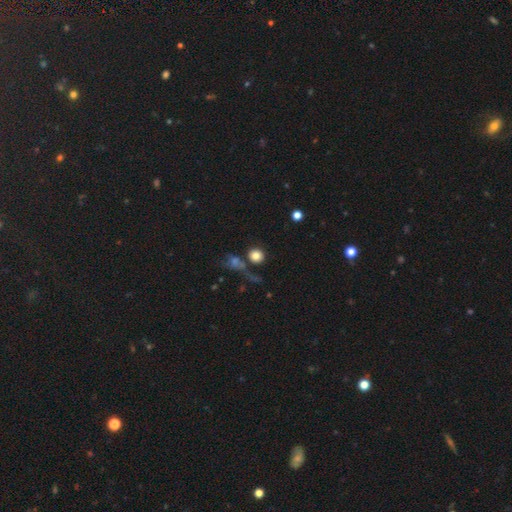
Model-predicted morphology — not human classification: The model was most divided on "merging": none: 67%, merger: 16%, minor disturbance: 10%, major disturbance: 6%. More confident: how rounded — round (85%); smooth or featured — smooth (81%).